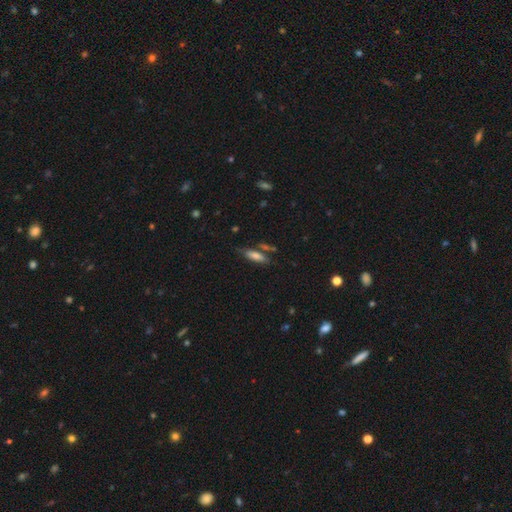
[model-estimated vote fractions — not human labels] A smooth galaxy with no disk features (69%) that is cigar-shaped (51%). Merging: none (62%).